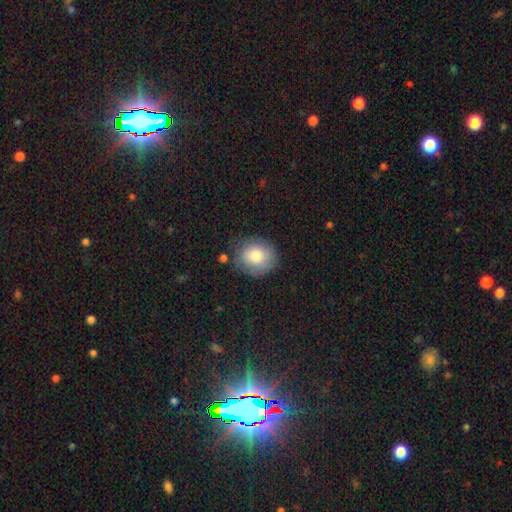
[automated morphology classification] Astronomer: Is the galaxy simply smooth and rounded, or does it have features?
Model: smooth — 82%.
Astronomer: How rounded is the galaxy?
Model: round — 74%.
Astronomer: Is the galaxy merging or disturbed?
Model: none — 75%.